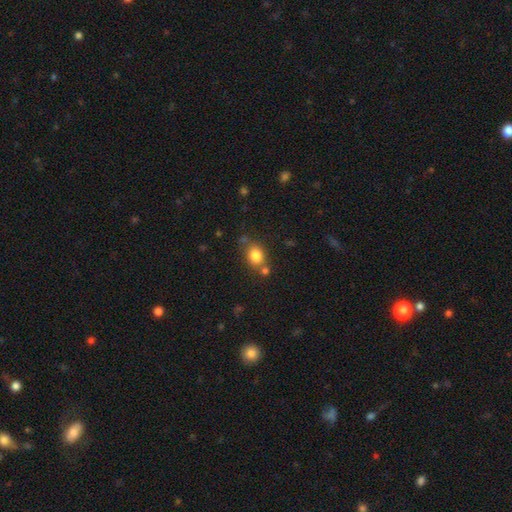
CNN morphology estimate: type=smooth (82%); roundness=in between (54%); merging=none (67%).